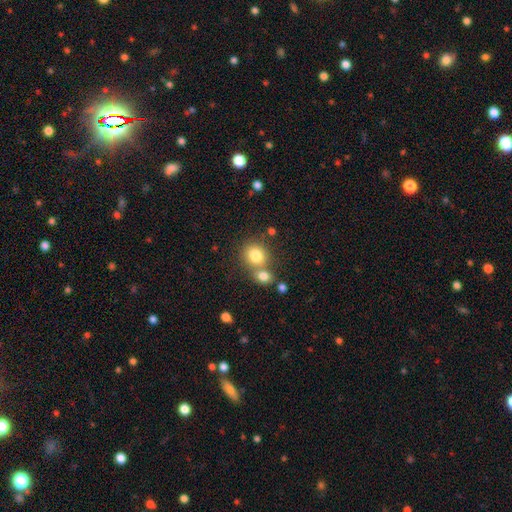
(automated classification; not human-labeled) Overall: smooth (80%). How rounded: round (79%). Merging: none (51%; merger 37%).